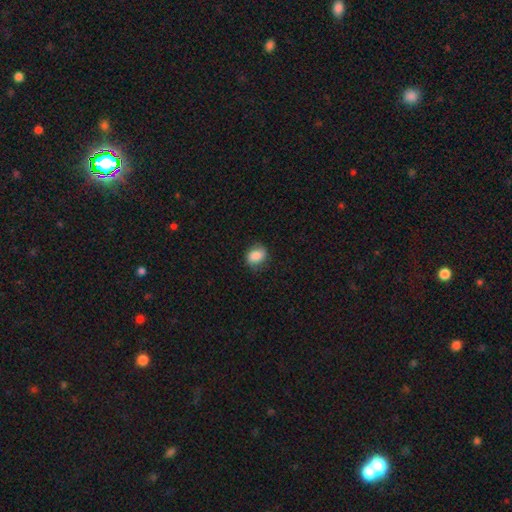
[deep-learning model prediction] Morphology: type=smooth (83%); roundness=in between (60%); merging=none (73%).